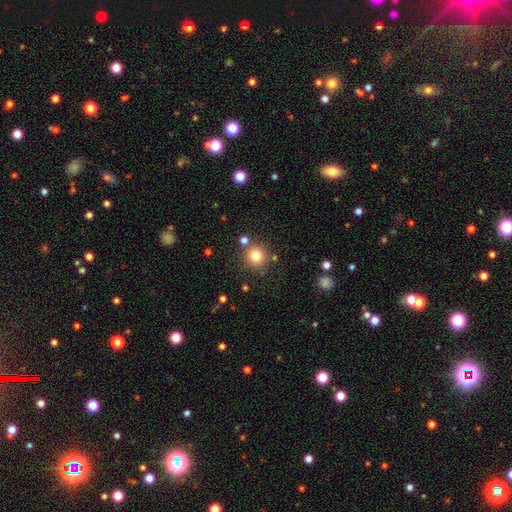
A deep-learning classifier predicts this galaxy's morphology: type=smooth (81%); roundness=round (91%); merging=none (79%).